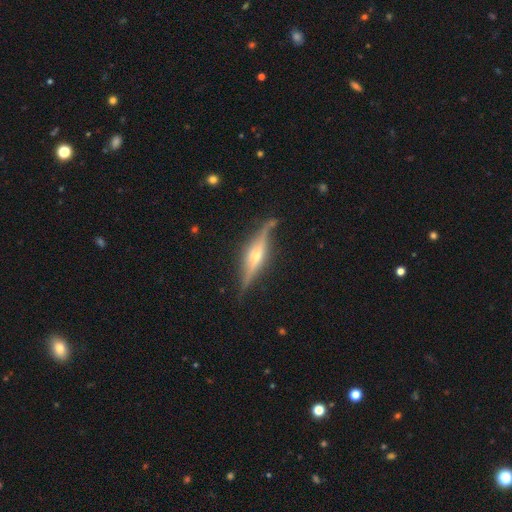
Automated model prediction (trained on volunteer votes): This appears to be a featured or disk galaxy (82%) viewed edge-on (96%) with a rounded central bulge (87%). Merging: none (82%).